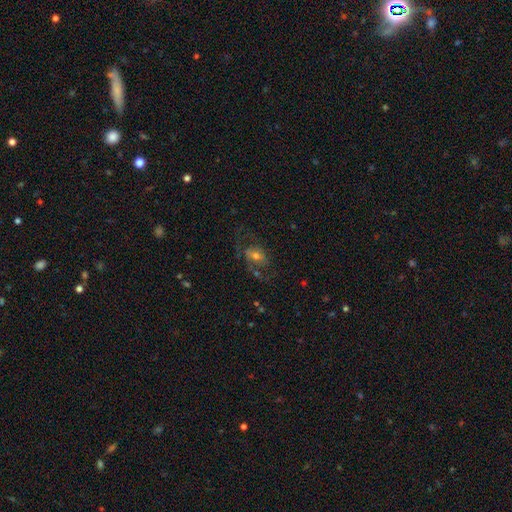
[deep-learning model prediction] featured or disk 58%, smooth 29%, star or artifact 13%. Down the decision tree: edge-on disk — no (95%); bar — no (55%); spiral arms — yes (67%); bulge size — moderate (58%); merging — none (55%).